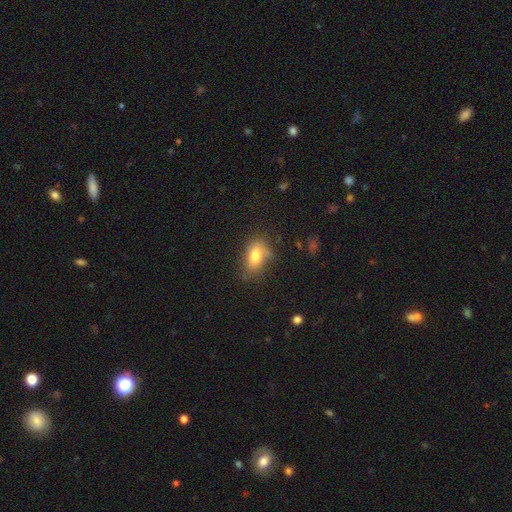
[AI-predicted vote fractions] A smooth galaxy with no disk features (77%) that is in between round and cigar-shaped (85%).

Vote fractions:
- Smooth or featured? smooth: 77% / featured or disk: 14% / star or artifact: 9%
- How rounded? in between: 85% / round: 12% / cigar-shaped: 3%
- Merging? none: 61% / minor disturbance: 27% / major disturbance: 8% / merger: 3%